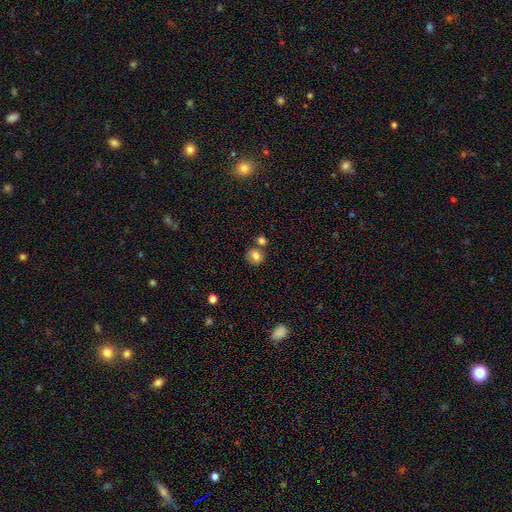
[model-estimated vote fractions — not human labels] Smooth or featured?
  - smooth: 79% *
  - featured or disk: 11%
  - star or artifact: 10%
How rounded?
  - round: 77% *
  - in between: 22%
  - cigar-shaped: 1%
Merging?
  - none: 67% *
  - merger: 17%
  - minor disturbance: 13%
  - major disturbance: 4%